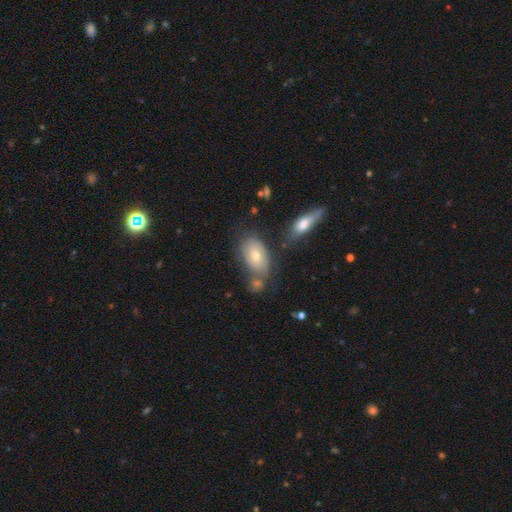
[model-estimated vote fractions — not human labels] This appears to be a smooth galaxy with no disk features (57%) that is in between round and cigar-shaped (90%). Merging: none (49%).